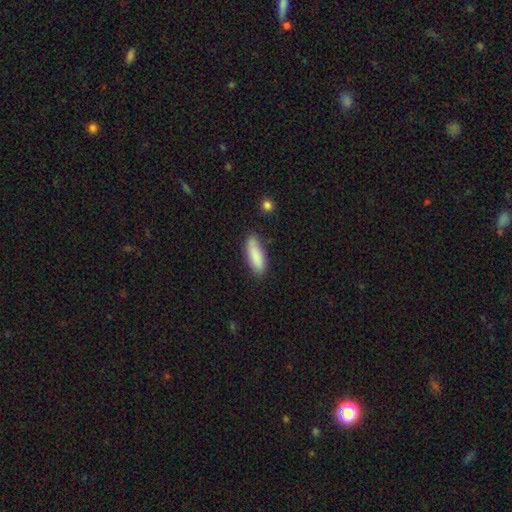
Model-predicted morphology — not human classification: A smooth galaxy with no disk features (88%) that is in between round and cigar-shaped (63%). Merging: none (80%).